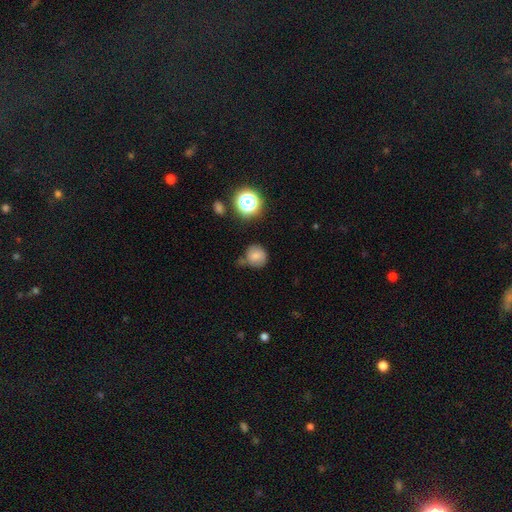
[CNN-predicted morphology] type=smooth (76%); roundness=round (88%); merging=none (63%).